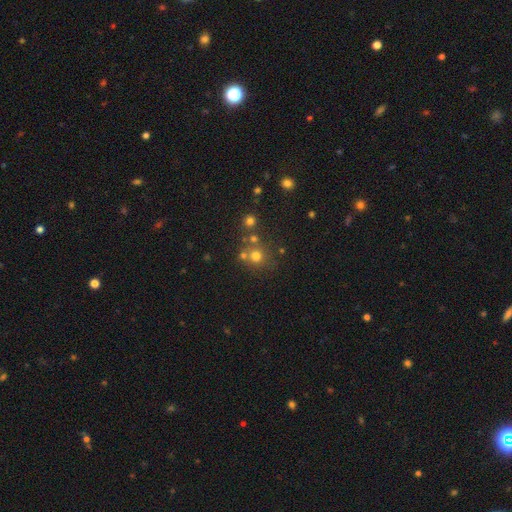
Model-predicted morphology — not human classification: A smooth galaxy with no disk features (68%) that is round (88%). Merging: none (63%).